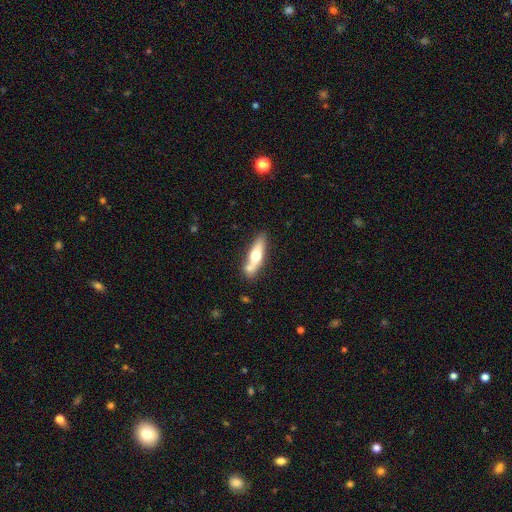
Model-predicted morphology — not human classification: smooth-or-featured: smooth: 48% | featured or disk: 47% | star or artifact: 5%
  merging: none: 64% | minor disturbance: 16% | merger: 15% | major disturbance: 4%